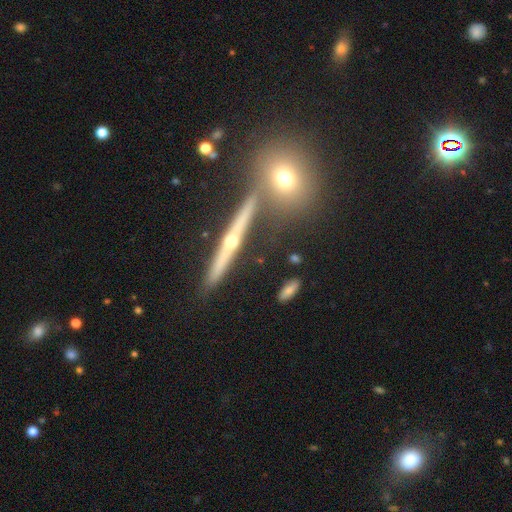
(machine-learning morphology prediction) Q: Smooth or featured?
A: featured or disk (73%); runner-up: smooth (16%)
Q: Edge-on disk?
A: yes (94%); runner-up: no (6%)
Q: Edge-on bulge?
A: rounded (82%); runner-up: none (14%)
Q: Merging?
A: none (78%); runner-up: minor disturbance (9%)